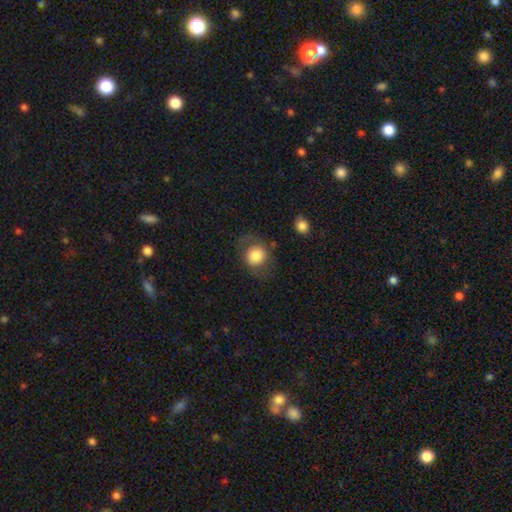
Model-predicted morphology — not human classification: smooth 77%, featured or disk 15%, star or artifact 8%. Down the decision tree: how rounded — round (77%); merging — none (70%).